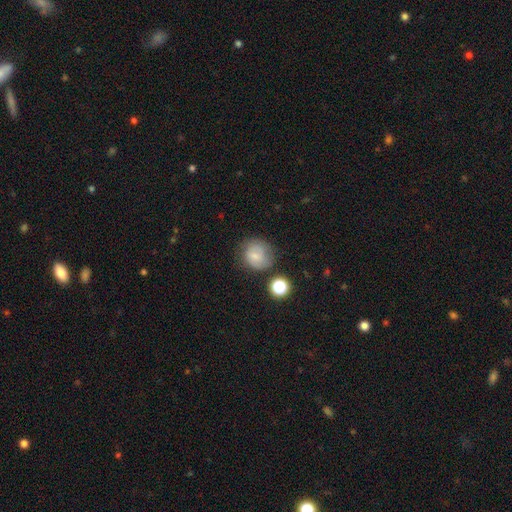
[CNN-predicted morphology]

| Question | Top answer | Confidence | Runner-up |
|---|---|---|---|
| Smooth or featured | smooth | 72% | featured or disk (17%) |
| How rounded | round | 82% | in between (17%) |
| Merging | none | 66% | minor disturbance (21%) |